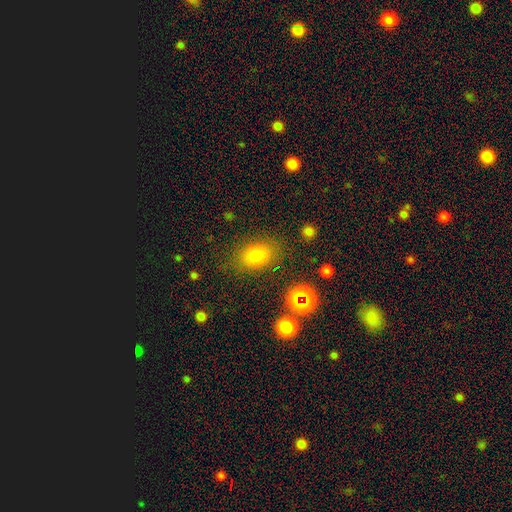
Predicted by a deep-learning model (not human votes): Morphology: type=smooth (76%); roundness=in between (74%); merging=none (79%).